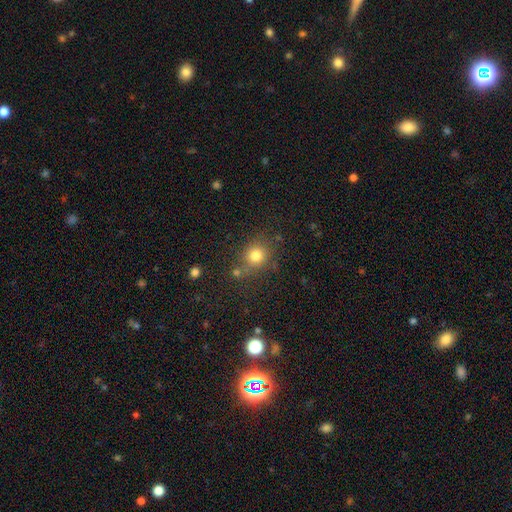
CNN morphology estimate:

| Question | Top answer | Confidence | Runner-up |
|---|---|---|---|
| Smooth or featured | smooth | 78% | star or artifact (14%) |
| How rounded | round | 83% | in between (16%) |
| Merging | none | 73% | minor disturbance (13%) |